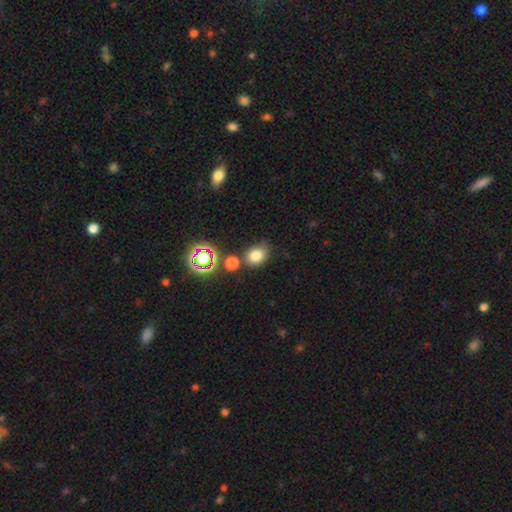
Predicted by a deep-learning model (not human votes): This is likely a smooth galaxy (76%). How rounded: possibly in between (55%). Merging: likely none (65%).